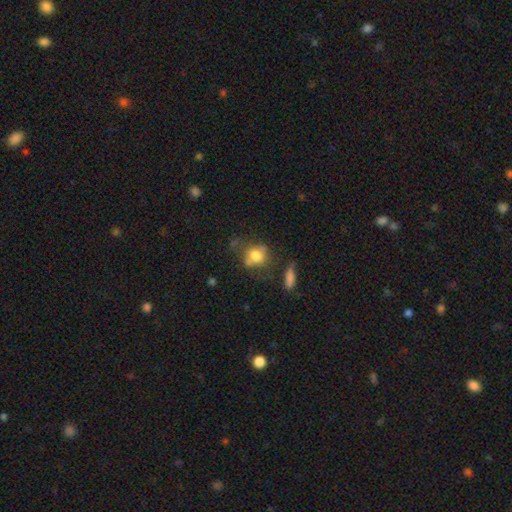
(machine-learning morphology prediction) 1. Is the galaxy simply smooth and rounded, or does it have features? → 69% smooth, 20% featured or disk, 11% star or artifact.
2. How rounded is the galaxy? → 58% round, 40% in between, 2% cigar-shaped.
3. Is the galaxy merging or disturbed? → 50% none, 23% minor disturbance, 15% major disturbance, 12% merger.